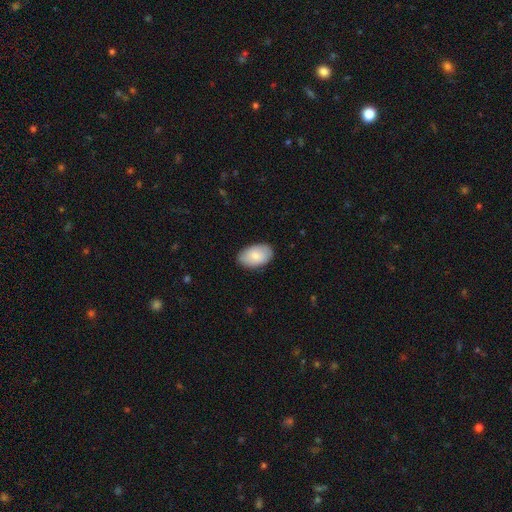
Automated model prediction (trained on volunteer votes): smooth 80%, featured or disk 14%, star or artifact 6%. Down the decision tree: how rounded — in between (93%); merging — none (85%).